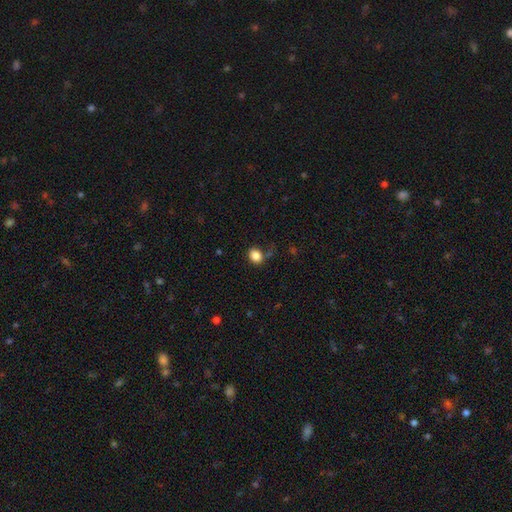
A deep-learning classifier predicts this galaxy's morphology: smooth 85%, star or artifact 10%, featured or disk 5%. Down the decision tree: how rounded — round (50%); merging — none (73%).